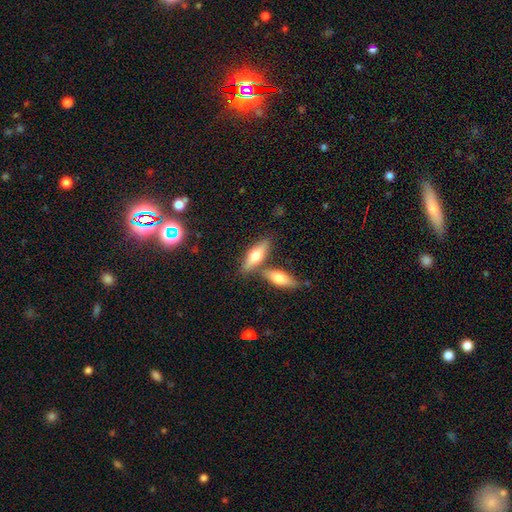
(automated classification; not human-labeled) Smooth or featured?
  - smooth: 51% *
  - featured or disk: 42%
  - star or artifact: 7%
How rounded?
  - in between: 53% *
  - cigar-shaped: 43%
  - round: 3%
Merging?
  - none: 62% *
  - merger: 24%
  - minor disturbance: 11%
  - major disturbance: 3%